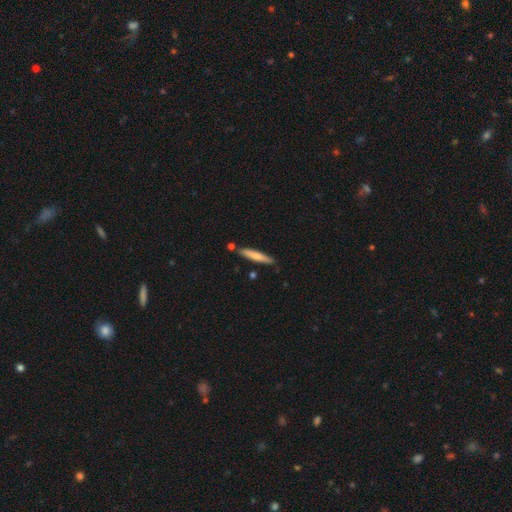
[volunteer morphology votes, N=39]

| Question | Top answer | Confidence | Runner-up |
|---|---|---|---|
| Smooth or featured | smooth | 77% | featured or disk (18%) |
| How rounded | cigar-shaped | 87% | in between (13%) |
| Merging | none | 89% | merger (8%) |